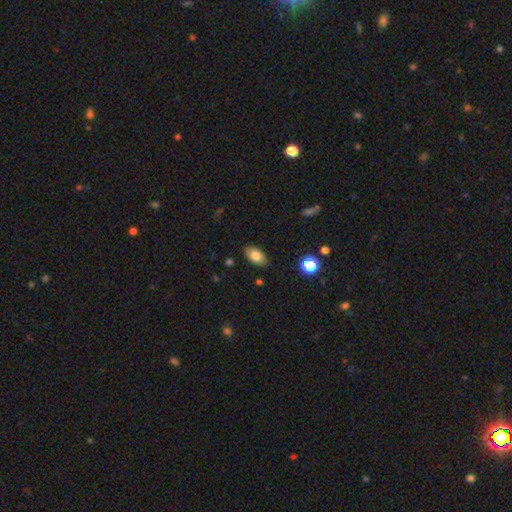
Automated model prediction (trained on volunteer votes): This appears to be a smooth galaxy with no disk features (80%) that is in between round and cigar-shaped (91%). Merging: none (85%).